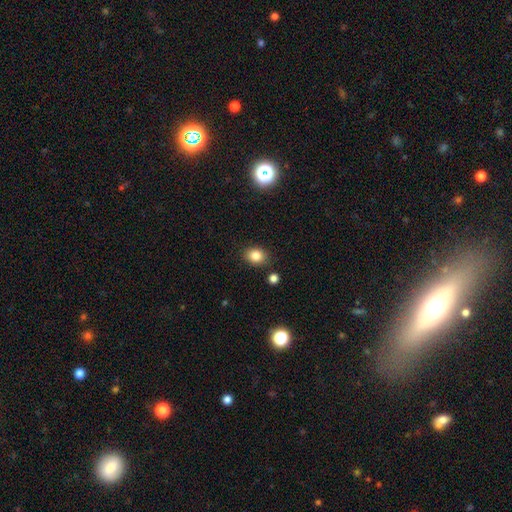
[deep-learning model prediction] Smooth or featured? Predicted: smooth (p=0.83). How rounded? Predicted: round (p=0.53). Merging? Predicted: none (p=0.85).